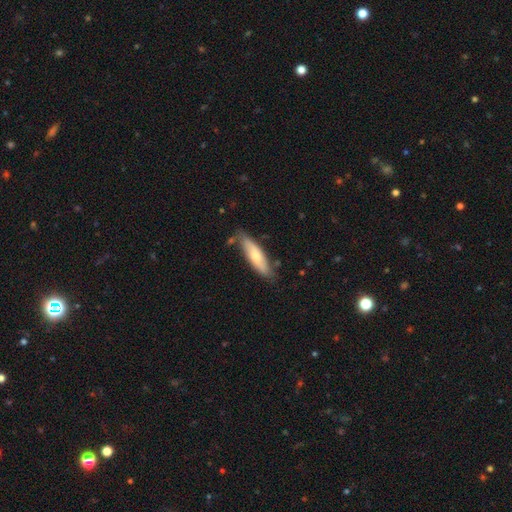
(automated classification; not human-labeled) This appears to be a smooth galaxy with no disk features (64%) that is cigar-shaped (63%). Merging: none (73%).